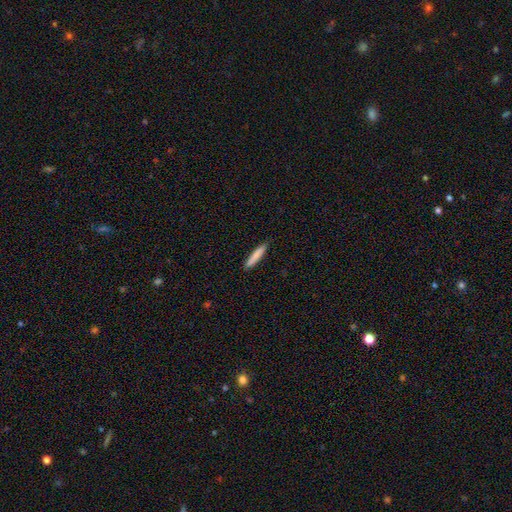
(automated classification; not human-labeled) A smooth galaxy with no disk features (81%) that is cigar-shaped (93%). Merging: none (90%).